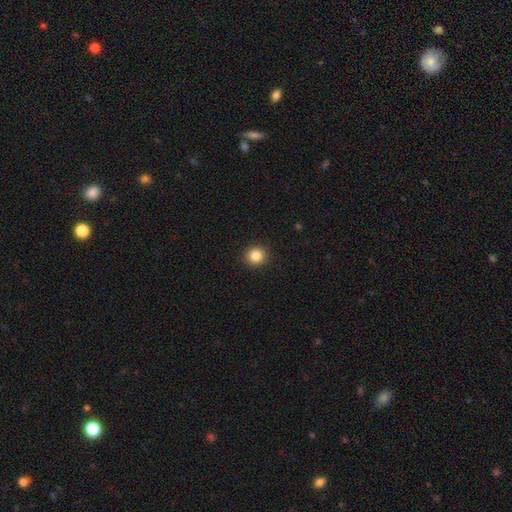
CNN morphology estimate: Smooth or featured: smooth — 85% (star or artifact — 11%)
How rounded: round — 91% (in between — 8%)
Merging: none — 92% (minor disturbance — 5%)